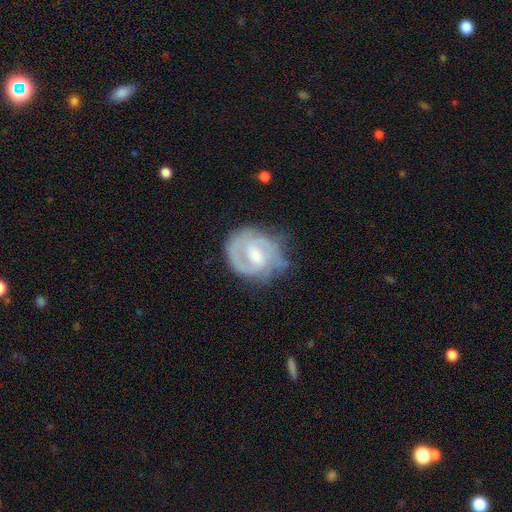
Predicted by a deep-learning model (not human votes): A featured or disk galaxy (85%) with a weak bar (58%), 2 (60%) tight (50%) spiral arms (94%) and a small central bulge (58%). Merging: none (64%).